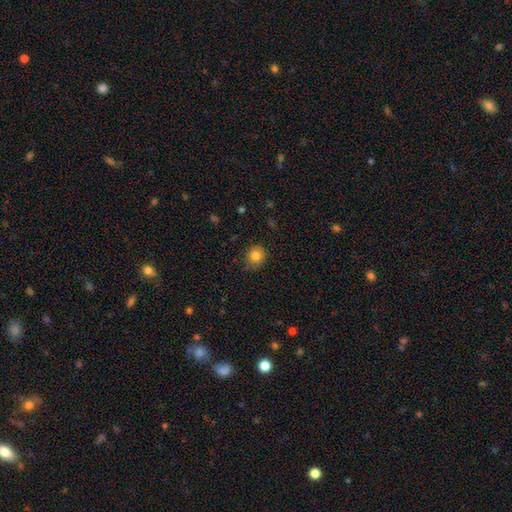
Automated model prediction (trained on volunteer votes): Smooth or featured: smooth — 81% (star or artifact — 11%)
How rounded: round — 82% (in between — 17%)
Merging: none — 80% (minor disturbance — 16%)